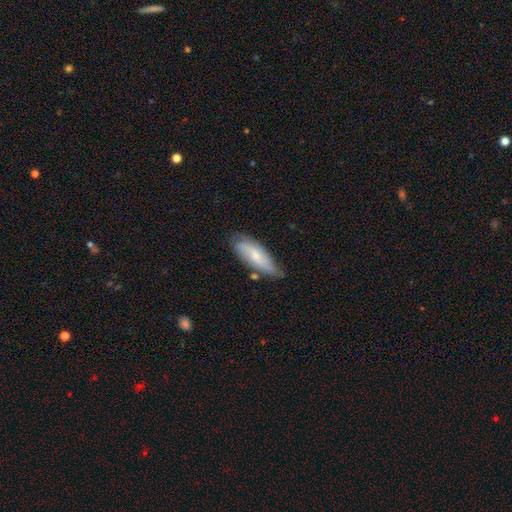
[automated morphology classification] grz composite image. It shows a smooth galaxy with no disk features (53%) that is in between round and cigar-shaped (64%). Merging: none (61%).